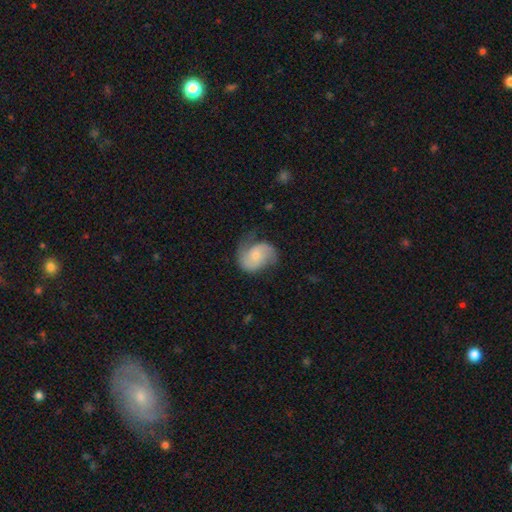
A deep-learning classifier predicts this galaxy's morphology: Overall: featured or disk (65%; smooth 29%). Edge-on disk: no (98%). Bar: no (66%; weak 28%). Spiral arms: yes (92%). Spiral arm count: 2 (82%). Spiral winding: medium (43%; loose 36%). Bulge size: small (52%; moderate 35%). Merging: none (51%; minor disturbance 28%).